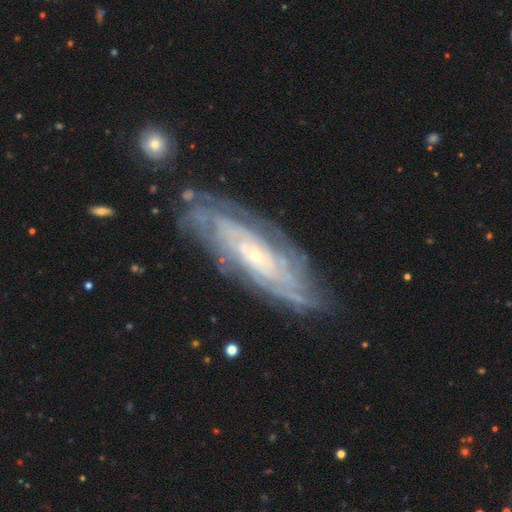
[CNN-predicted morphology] A featured or disk galaxy (86%) with no bar (74%), tight (79%) spiral arms (95%) and a small central bulge (84%).

Vote fractions:
- Smooth or featured? featured or disk: 86% / smooth: 8% / star or artifact: 6%
- Edge-on disk? no: 87% / yes: 13%
- Bar? no: 74% / weak: 19% / strong: 7%
- Spiral arms? yes: 95% / no: 5%
- Spiral winding? tight: 79% / medium: 17% / loose: 4%
- Spiral arm count? can't tell: 44% / more than 4: 16% / 4: 16% / 3: 10% / 2: 9% / 1: 6%
- Bulge size? small: 84% / moderate: 12% / none: 2% / large: 1% / dominant: 1%
- Merging? none: 78% / minor disturbance: 15% / major disturbance: 5% / merger: 2%